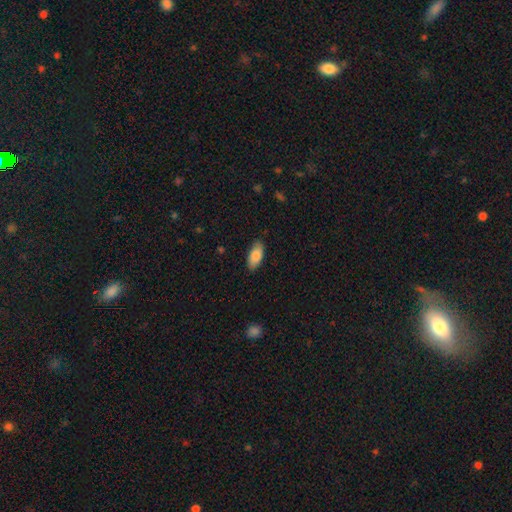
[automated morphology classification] smooth-or-featured: smooth: 86% | featured or disk: 8% | star or artifact: 6%
  how-rounded: in between: 89% | cigar-shaped: 9% | round: 2%
  merging: none: 85% | minor disturbance: 11% | major disturbance: 2% | merger: 1%